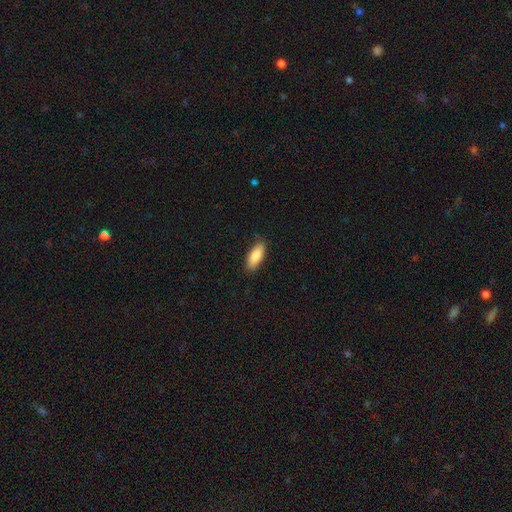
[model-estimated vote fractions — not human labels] smooth_or_featured: smooth (p=0.85) [alt: featured or disk p=0.08]
how_rounded: in between (p=0.78) [alt: cigar-shaped p=0.21]
merging: none (p=0.85) [alt: minor disturbance p=0.12]